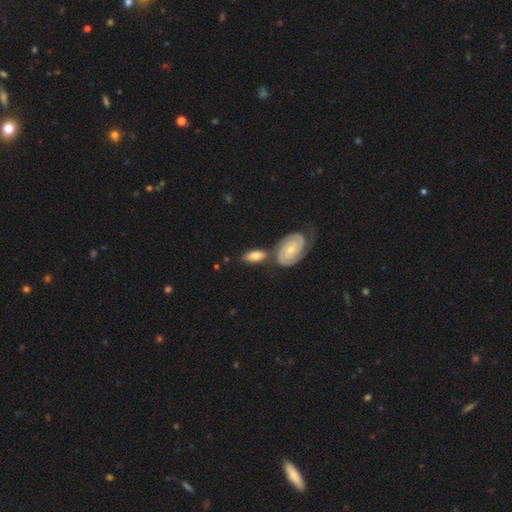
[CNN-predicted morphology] Smooth or featured? smooth (48%)
Merging? none (62%)